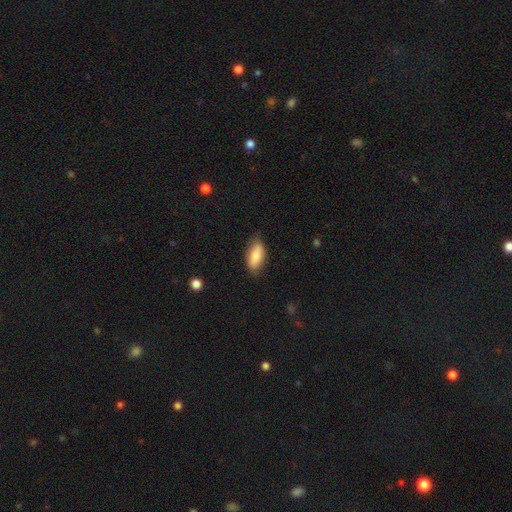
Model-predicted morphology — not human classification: type=smooth (79%); roundness=in between (86%); merging=none (78%).